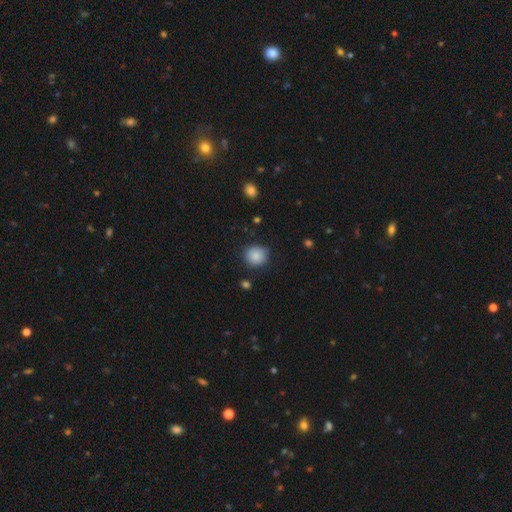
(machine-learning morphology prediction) This appears to be a smooth galaxy with no disk features (87%) that is round (87%). Merging: none (81%).